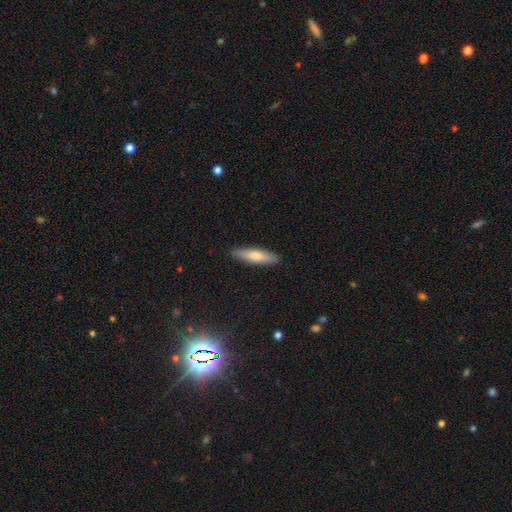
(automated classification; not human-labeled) A smooth galaxy with no disk features (75%) that is cigar-shaped (72%). Merging: none (88%).